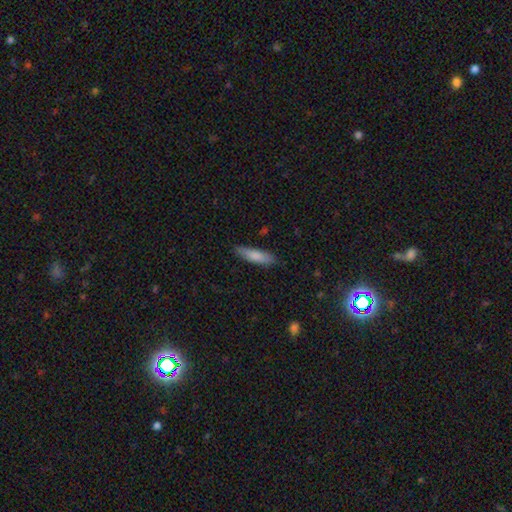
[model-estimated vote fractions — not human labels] This is clearly a smooth galaxy (81%). How rounded: likely cigar-shaped (69%). Merging: clearly none (83%).